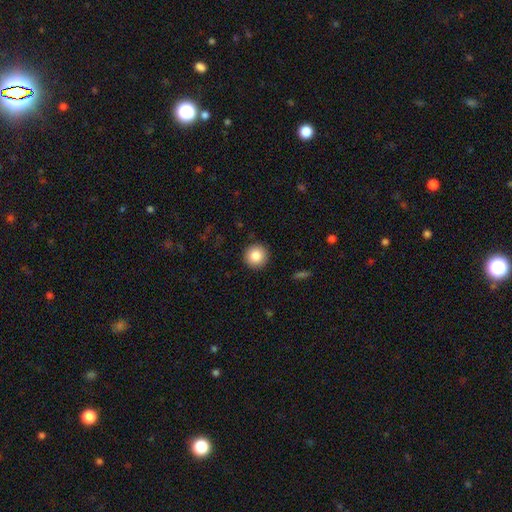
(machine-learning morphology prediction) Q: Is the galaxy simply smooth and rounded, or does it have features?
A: smooth — 85%.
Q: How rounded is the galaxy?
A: round — 96%.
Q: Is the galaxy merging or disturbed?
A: none — 92%.